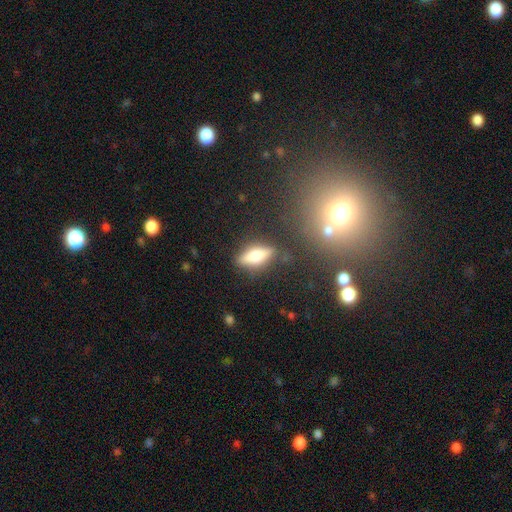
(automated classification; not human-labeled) Smooth or featured?
  - smooth: 55% *
  - featured or disk: 36%
  - star or artifact: 8%
How rounded?
  - in between: 54% *
  - cigar-shaped: 42%
  - round: 4%
Merging?
  - none: 81% *
  - minor disturbance: 12%
  - major disturbance: 4%
  - merger: 3%